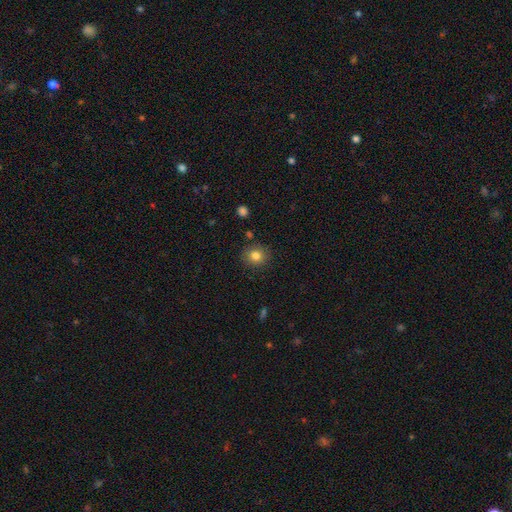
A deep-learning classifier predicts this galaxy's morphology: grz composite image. It shows a smooth galaxy with no disk features (82%) that is round (85%). Merging: none (87%).